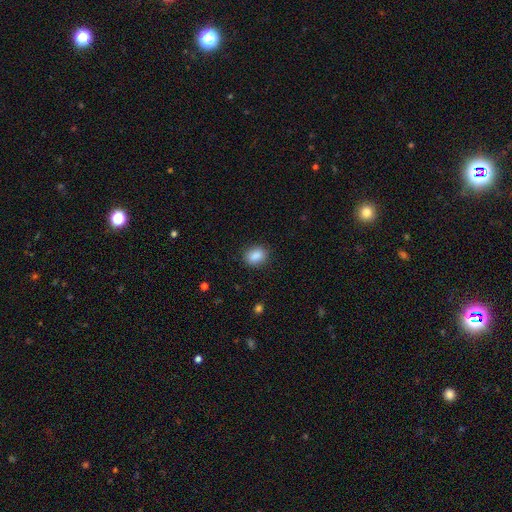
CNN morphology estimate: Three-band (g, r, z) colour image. It shows a smooth galaxy with no disk features (88%) that is in between round and cigar-shaped (64%). Merging: none (86%).